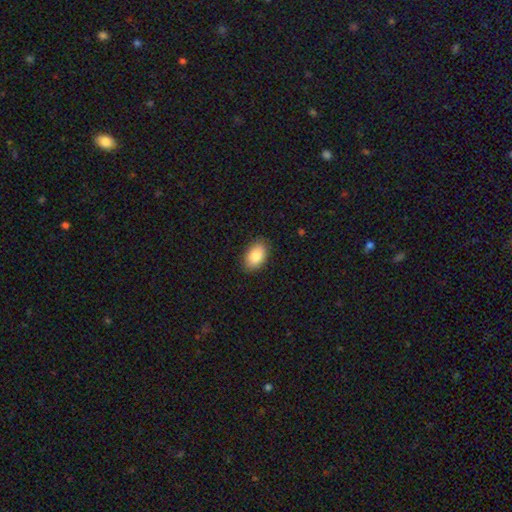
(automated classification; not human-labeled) Smooth or featured? smooth (85%)
How rounded? in between (91%)
Merging? none (87%)